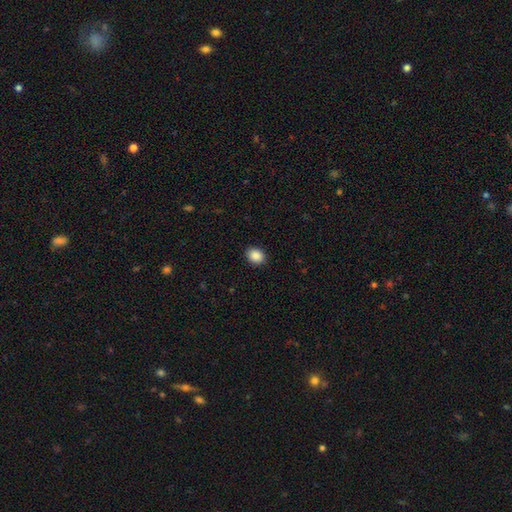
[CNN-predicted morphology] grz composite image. It shows a smooth galaxy with no disk features (88%) that is in between round and cigar-shaped (51%). Merging: none (91%).